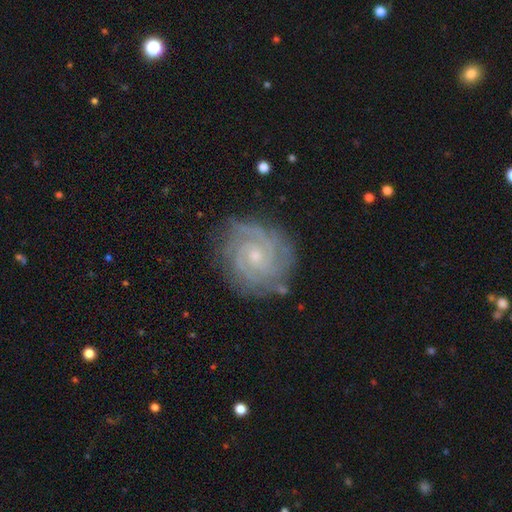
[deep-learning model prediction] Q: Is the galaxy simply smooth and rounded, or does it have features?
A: featured or disk — 89%.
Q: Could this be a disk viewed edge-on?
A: no — 98%.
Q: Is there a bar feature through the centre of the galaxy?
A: no — 69%.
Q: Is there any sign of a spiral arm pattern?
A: yes — 98%.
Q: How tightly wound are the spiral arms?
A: tight — 79%.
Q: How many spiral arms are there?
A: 2 — 31%.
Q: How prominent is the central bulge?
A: small — 73%.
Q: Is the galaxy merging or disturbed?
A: none — 81%.